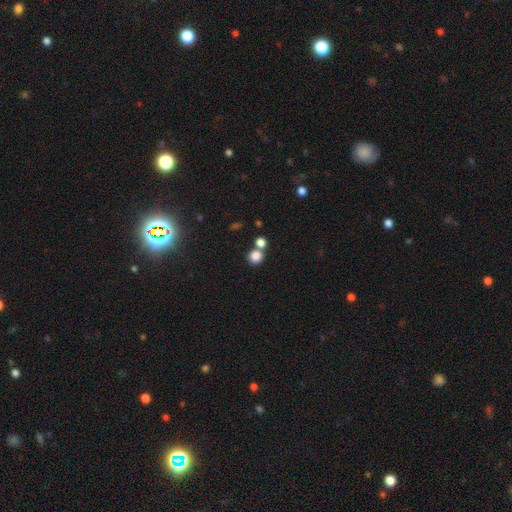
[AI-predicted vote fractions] Morphology: type=smooth (82%); roundness=round (86%); merging=none (58%).